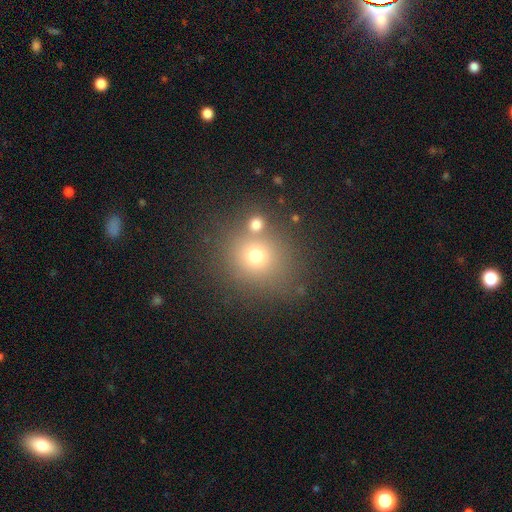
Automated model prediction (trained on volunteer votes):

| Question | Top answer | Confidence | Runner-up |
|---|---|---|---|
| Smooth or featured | smooth | 68% | star or artifact (19%) |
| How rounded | round | 83% | in between (16%) |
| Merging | none | 69% | merger (17%) |